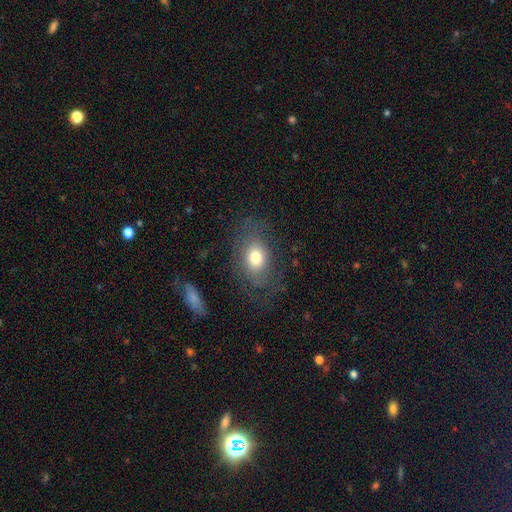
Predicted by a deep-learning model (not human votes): A smooth galaxy with no disk features (62%) that is in between round and cigar-shaped (78%). Merging: none (69%).